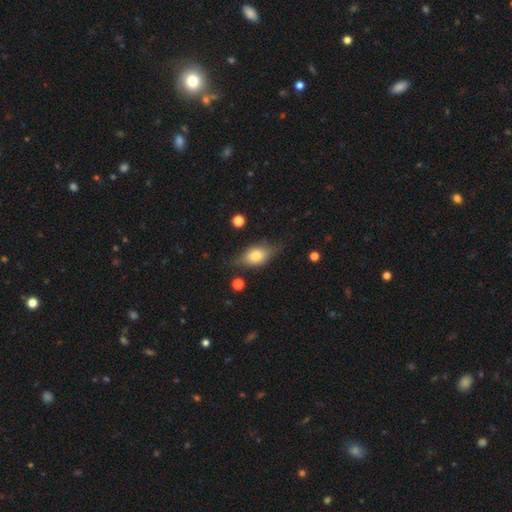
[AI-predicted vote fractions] Smooth or featured? Predicted: smooth (p=0.61). How rounded? Predicted: in between (p=0.77). Merging? Predicted: none (p=0.67).